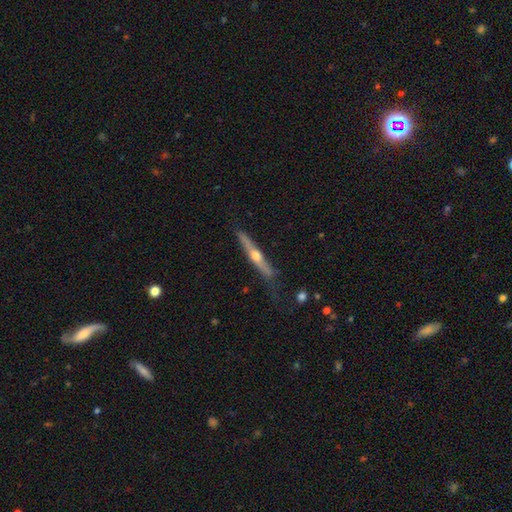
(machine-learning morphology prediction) Q: Smooth or featured?
A: featured or disk (67%); runner-up: smooth (27%)
Q: Edge-on disk?
A: yes (96%); runner-up: no (4%)
Q: Edge-on bulge?
A: rounded (91%); runner-up: none (7%)
Q: Merging?
A: none (76%); runner-up: minor disturbance (18%)